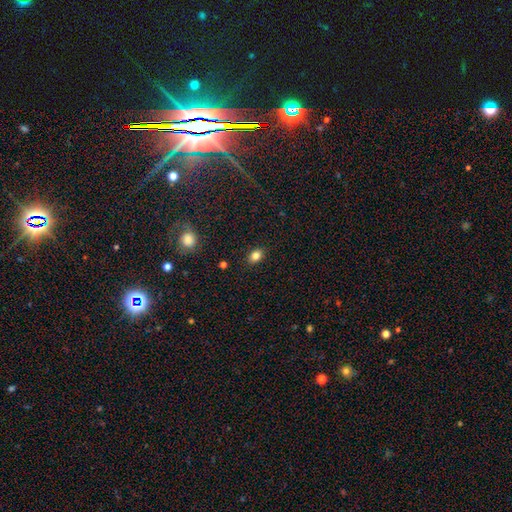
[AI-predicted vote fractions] Overall: smooth (83%). How rounded: in between (70%). Merging: none (88%).